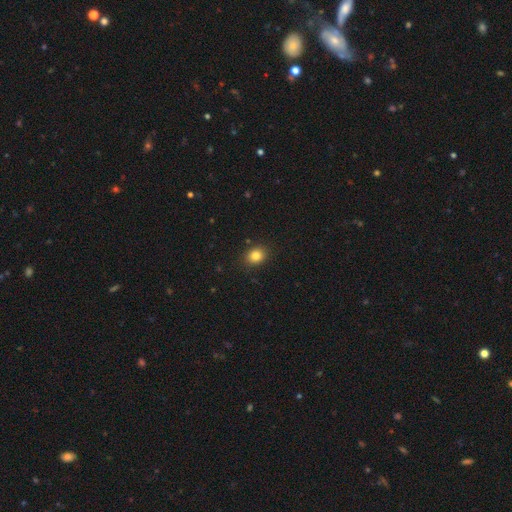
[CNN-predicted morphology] smooth_or_featured: smooth (p=0.83) [alt: star or artifact p=0.11]
how_rounded: round (p=0.58) [alt: in between p=0.41]
merging: none (p=0.88) [alt: minor disturbance p=0.08]